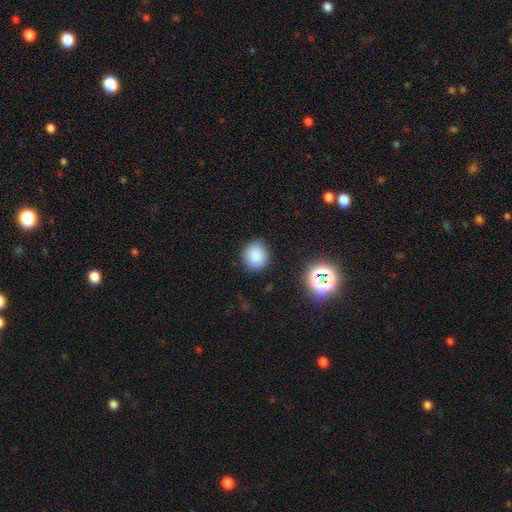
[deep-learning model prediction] A smooth galaxy with no disk features (83%) that is round (85%). Merging: none (85%).